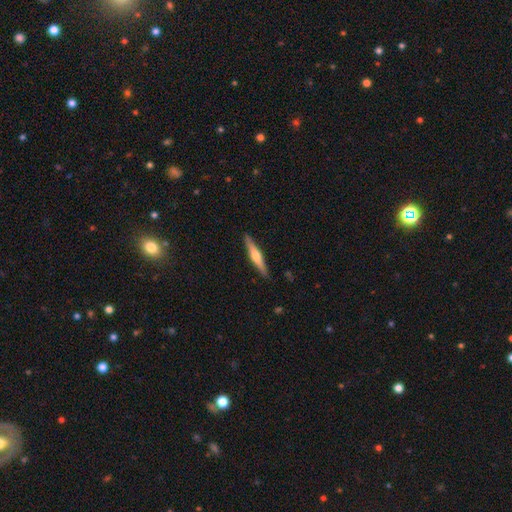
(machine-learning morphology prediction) A featured or disk galaxy (58%) viewed edge-on (97%) with a rounded central bulge (84%).

Vote fractions:
- Smooth or featured? featured or disk: 58% / smooth: 37% / star or artifact: 5%
- Edge-on disk? yes: 97% / no: 3%
- Edge-on bulge? rounded: 84% / boxy: 9% / none: 7%
- Merging? none: 90% / minor disturbance: 8% / major disturbance: 1% / merger: 1%